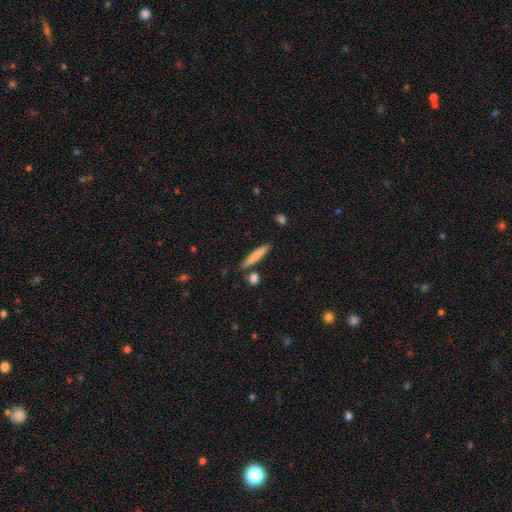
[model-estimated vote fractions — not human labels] Morphology: type=smooth (77%); roundness=cigar-shaped (89%); merging=none (82%).